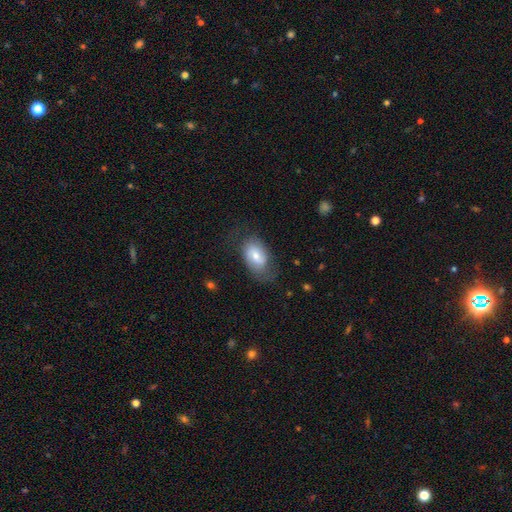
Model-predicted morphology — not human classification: Smooth or featured? smooth (64%)
How rounded? in between (91%)
Merging? none (62%)